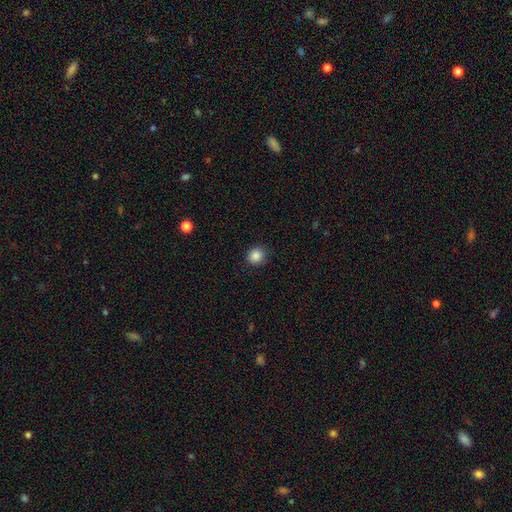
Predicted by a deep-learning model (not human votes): Smooth or featured?
  - smooth: 87% *
  - star or artifact: 10%
  - featured or disk: 3%
How rounded?
  - round: 86% *
  - in between: 13%
  - cigar-shaped: 1%
Merging?
  - none: 88% *
  - minor disturbance: 9%
  - major disturbance: 2%
  - merger: 1%